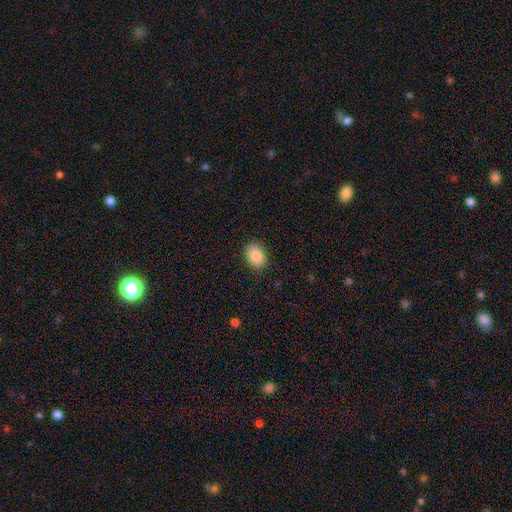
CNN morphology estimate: The model was most divided on "how rounded": in between: 72%, round: 27%, cigar-shaped: 1%. More confident: smooth or featured — smooth (88%); merging — none (87%).